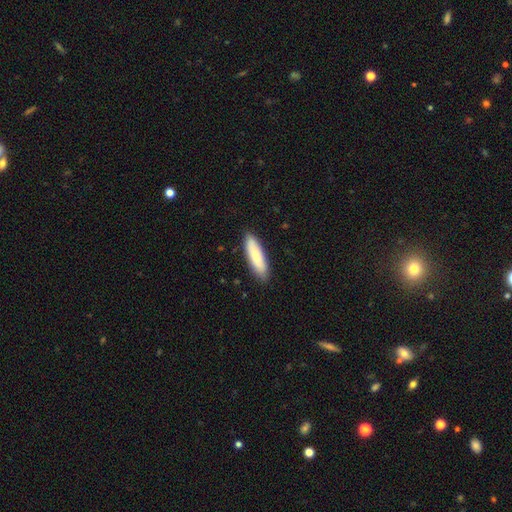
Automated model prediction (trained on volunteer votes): Smooth or featured: smooth — 84% (featured or disk — 11%)
How rounded: cigar-shaped — 66% (in between — 32%)
Merging: none — 87% (minor disturbance — 10%)